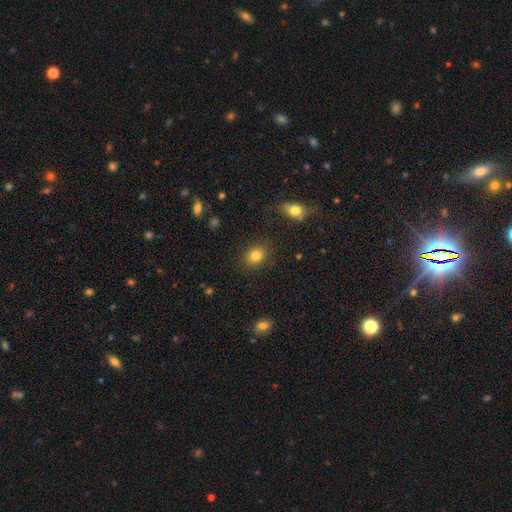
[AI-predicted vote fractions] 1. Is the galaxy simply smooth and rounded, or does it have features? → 83% smooth, 10% star or artifact, 7% featured or disk.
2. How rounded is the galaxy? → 58% in between, 41% round, 1% cigar-shaped.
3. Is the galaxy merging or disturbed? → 85% none, 10% minor disturbance, 3% major disturbance, 2% merger.